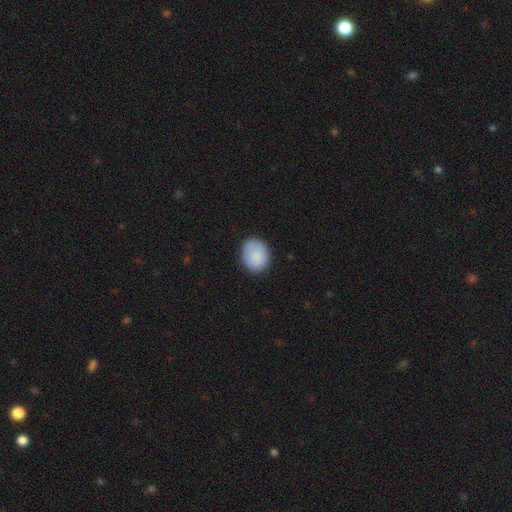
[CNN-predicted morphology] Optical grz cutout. It shows a smooth galaxy with no disk features (87%) that is round (66%). Merging: none (80%).